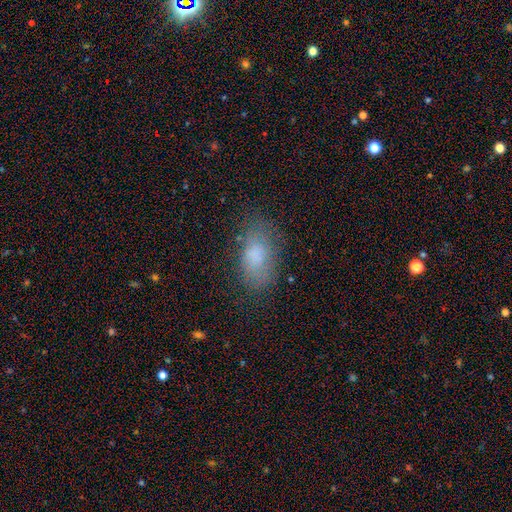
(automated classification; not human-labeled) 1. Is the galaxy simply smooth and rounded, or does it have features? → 77% smooth, 14% featured or disk, 9% star or artifact.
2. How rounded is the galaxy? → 91% in between, 5% round, 3% cigar-shaped.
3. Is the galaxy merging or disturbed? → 67% none, 22% minor disturbance, 9% major disturbance, 2% merger.